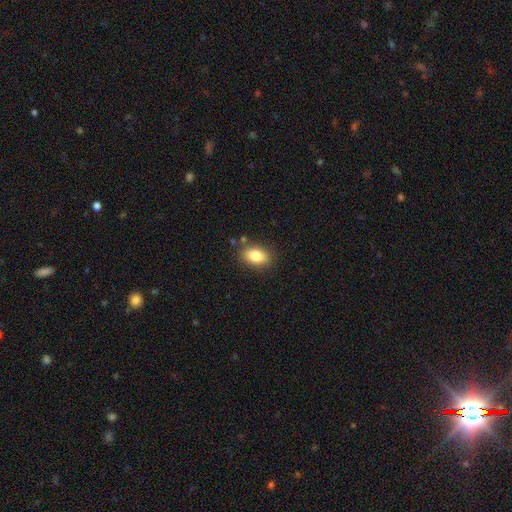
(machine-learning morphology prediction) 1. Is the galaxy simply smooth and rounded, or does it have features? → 82% smooth, 9% featured or disk, 8% star or artifact.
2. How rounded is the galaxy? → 87% in between, 11% round, 2% cigar-shaped.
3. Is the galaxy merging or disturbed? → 82% none, 12% minor disturbance, 3% merger, 3% major disturbance.